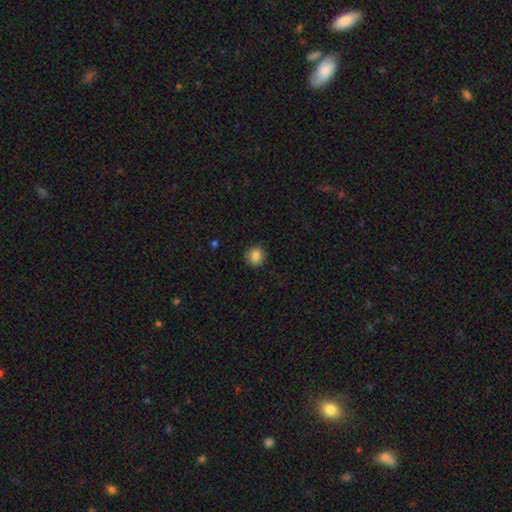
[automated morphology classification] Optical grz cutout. It shows a smooth galaxy with no disk features (86%) that is round (89%). Merging: none (88%).